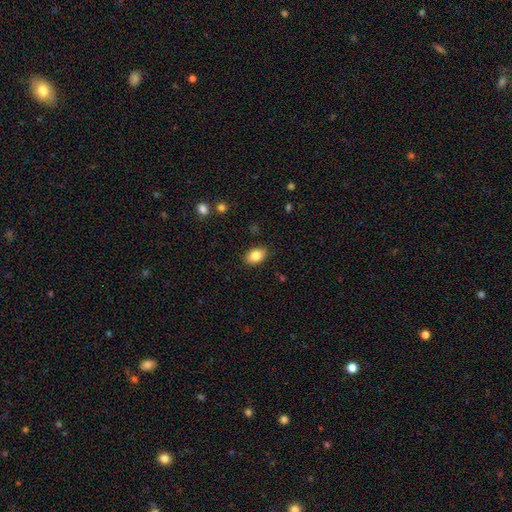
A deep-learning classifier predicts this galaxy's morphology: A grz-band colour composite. It shows a smooth galaxy with no disk features (84%) that is in between round and cigar-shaped (87%). Merging: none (88%).